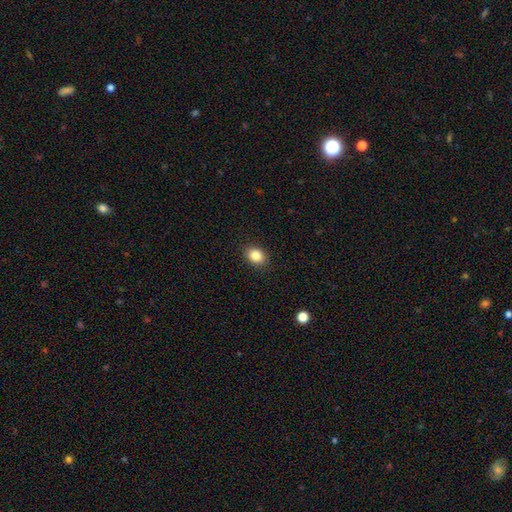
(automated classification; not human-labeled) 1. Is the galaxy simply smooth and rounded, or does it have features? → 85% smooth, 9% star or artifact, 6% featured or disk.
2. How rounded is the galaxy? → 62% in between, 37% round, 1% cigar-shaped.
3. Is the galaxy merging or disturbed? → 90% none, 7% minor disturbance, 2% major disturbance, 1% merger.